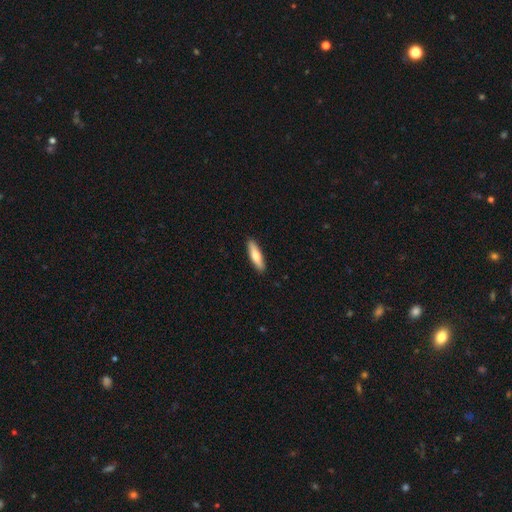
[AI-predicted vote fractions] This appears to be a smooth galaxy with no disk features (71%) that is cigar-shaped (71%). Merging: none (91%).